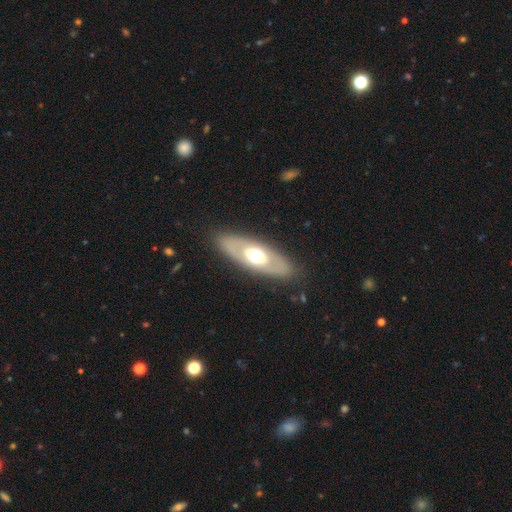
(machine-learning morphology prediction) featured or disk 53%, smooth 41%, star or artifact 6%. Down the decision tree: edge-on disk — no (74%); merging — none (85%).